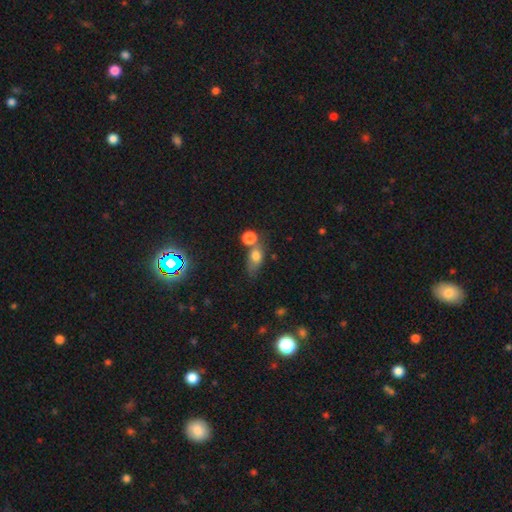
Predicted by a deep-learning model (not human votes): Smooth or featured? Predicted: smooth (p=0.73). How rounded? Predicted: in between (p=0.64). Merging? Predicted: none (p=0.39).